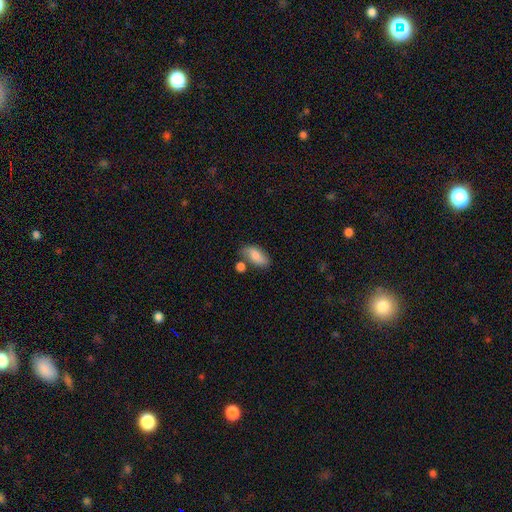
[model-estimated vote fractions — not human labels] A smooth galaxy with no disk features (77%) that is in between round and cigar-shaped (89%).

Vote fractions:
- Smooth or featured? smooth: 77% / featured or disk: 16% / star or artifact: 7%
- How rounded? in between: 89% / cigar-shaped: 6% / round: 4%
- Merging? none: 60% / minor disturbance: 19% / merger: 15% / major disturbance: 6%